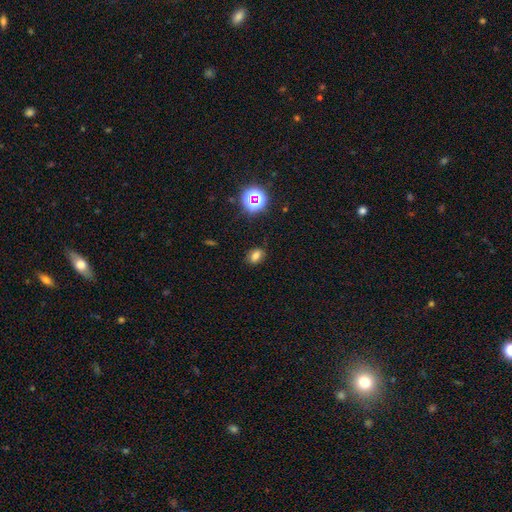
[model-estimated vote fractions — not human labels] Smooth or featured?
  - smooth: 70% *
  - star or artifact: 20%
  - featured or disk: 10%
How rounded?
  - in between: 73% *
  - round: 25%
  - cigar-shaped: 2%
Merging?
  - none: 83% *
  - minor disturbance: 12%
  - major disturbance: 3%
  - merger: 2%